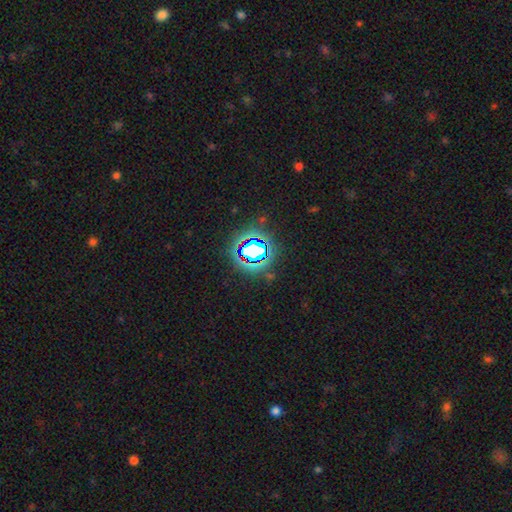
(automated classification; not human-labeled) Smooth or featured? Predicted: star or artifact (p=0.77).